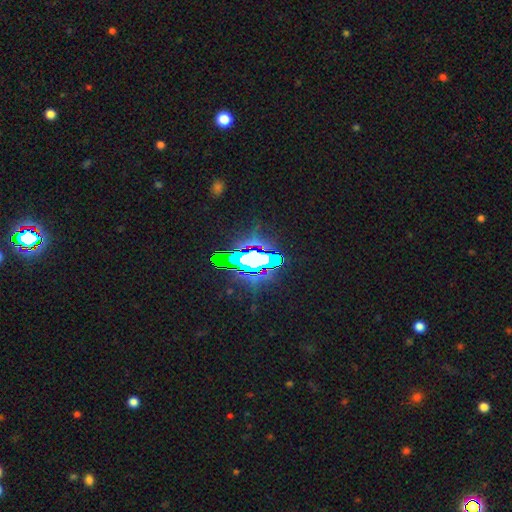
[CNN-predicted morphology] A star or artifact, not a galaxy (67%).

Vote fractions:
- Smooth or featured? star or artifact: 67% / featured or disk: 17% / smooth: 16%